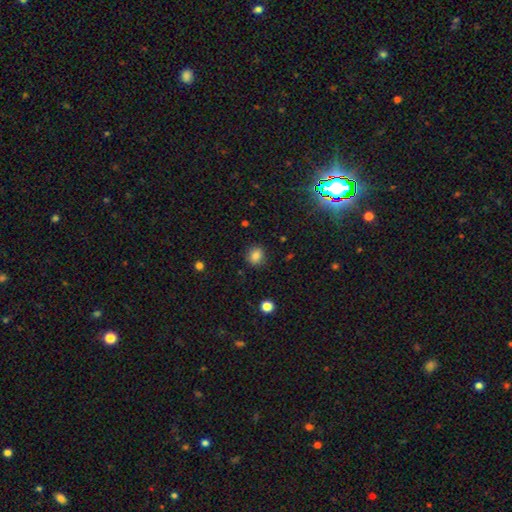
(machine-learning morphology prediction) smooth 84%, star or artifact 11%, featured or disk 5%. Down the decision tree: how rounded — round (76%); merging — none (87%).